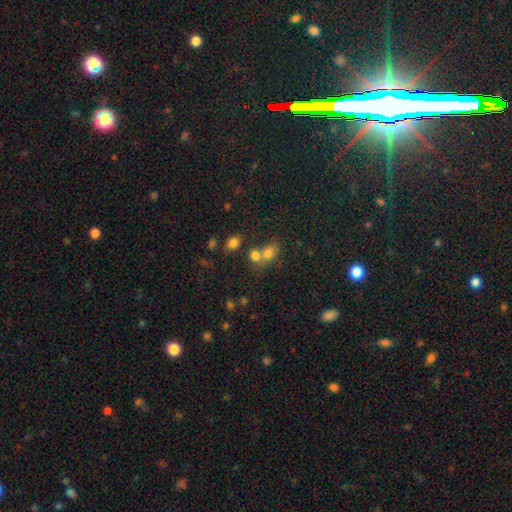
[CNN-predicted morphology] smooth 75%, star or artifact 14%, featured or disk 11%. Down the decision tree: how rounded — in between (51%); merging — merger (54%).